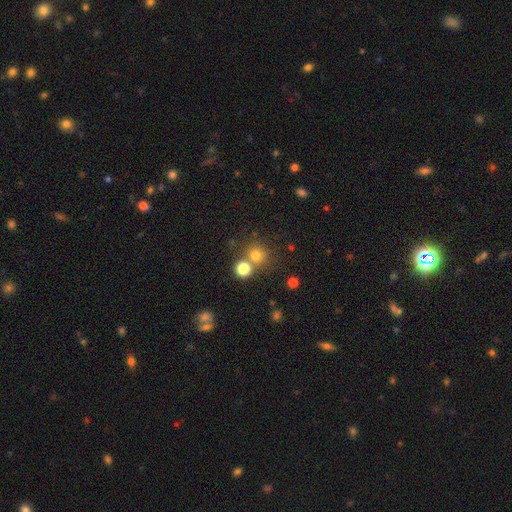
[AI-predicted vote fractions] Overall: smooth (73%). How rounded: round (86%). Merging: none (62%; merger 26%).